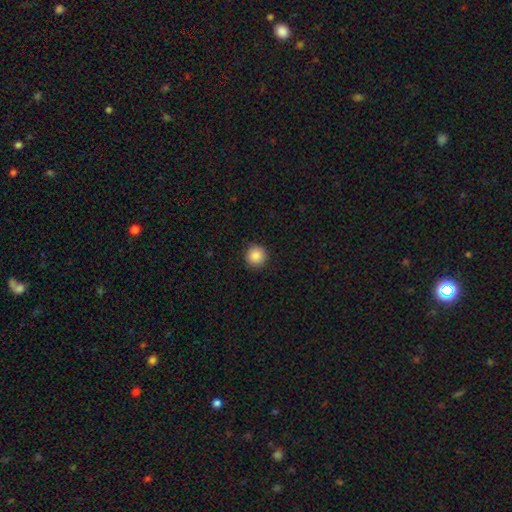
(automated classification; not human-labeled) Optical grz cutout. It shows a smooth galaxy with no disk features (88%) that is round (95%). Merging: none (91%).